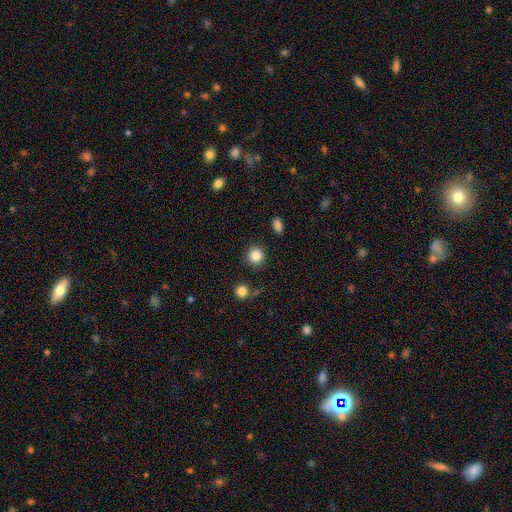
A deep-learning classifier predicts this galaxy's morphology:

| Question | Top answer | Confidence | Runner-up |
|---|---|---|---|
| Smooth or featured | smooth | 86% | star or artifact (10%) |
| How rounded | round | 92% | in between (7%) |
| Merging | none | 88% | minor disturbance (6%) |